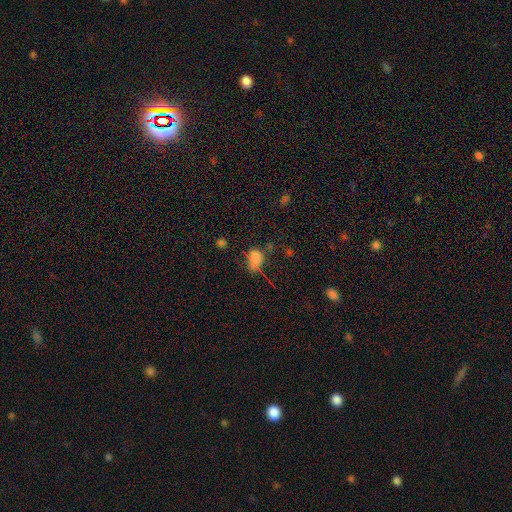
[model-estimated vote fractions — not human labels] smooth 69%, star or artifact 20%, featured or disk 11%. Down the decision tree: how rounded — in between (78%); merging — none (36%).